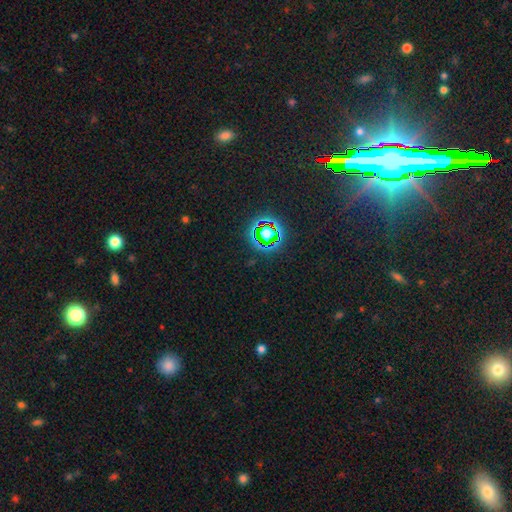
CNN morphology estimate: Smooth or featured? star or artifact (78%)